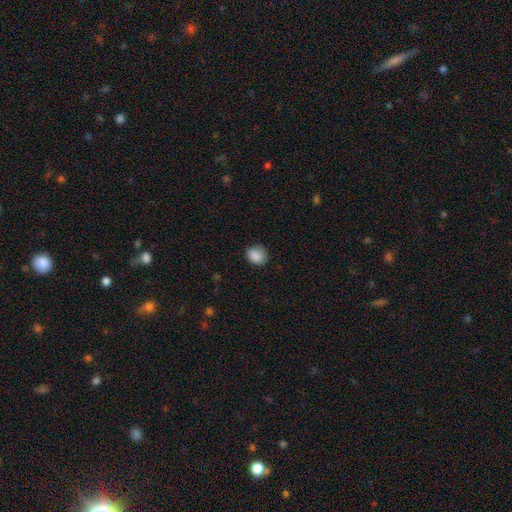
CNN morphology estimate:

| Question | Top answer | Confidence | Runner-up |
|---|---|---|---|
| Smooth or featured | smooth | 88% | star or artifact (8%) |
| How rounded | round | 62% | in between (37%) |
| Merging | none | 80% | minor disturbance (16%) |